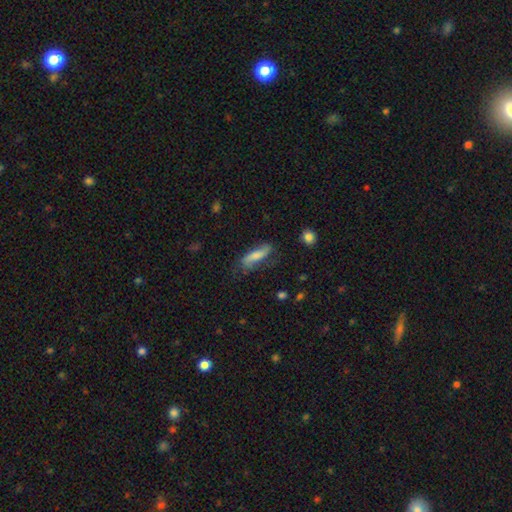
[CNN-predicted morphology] smooth_or_featured: smooth (p=0.63) [alt: featured or disk p=0.30]
how_rounded: cigar-shaped (p=0.55) [alt: in between p=0.43]
merging: none (p=0.58) [alt: minor disturbance p=0.27]